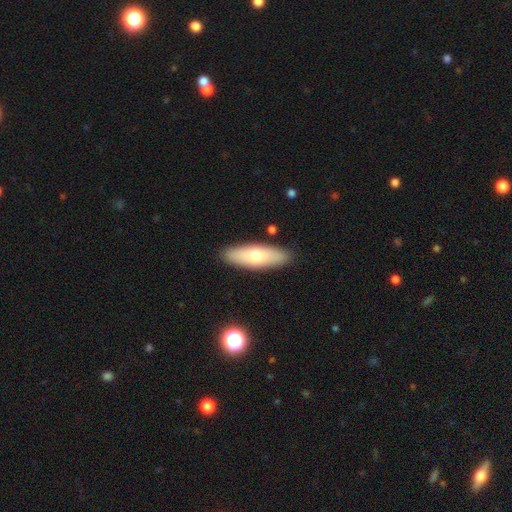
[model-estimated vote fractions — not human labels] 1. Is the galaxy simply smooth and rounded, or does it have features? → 65% smooth, 28% featured or disk, 6% star or artifact.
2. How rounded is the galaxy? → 57% in between, 41% cigar-shaped, 2% round.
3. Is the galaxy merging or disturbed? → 88% none, 9% minor disturbance, 2% major disturbance, 2% merger.